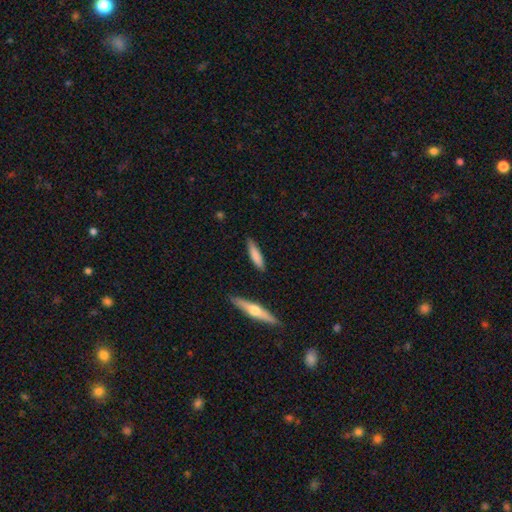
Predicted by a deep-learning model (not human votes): Smooth or featured? Predicted: smooth (p=0.76). How rounded? Predicted: cigar-shaped (p=0.79). Merging? Predicted: none (p=0.85).